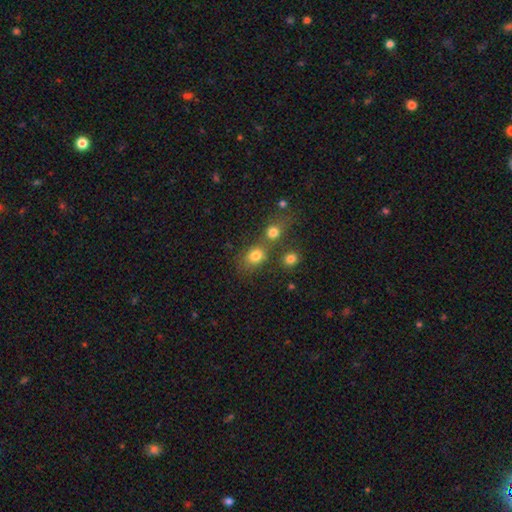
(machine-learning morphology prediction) smooth 78%, star or artifact 14%, featured or disk 9%. Down the decision tree: how rounded — round (51%); merging — none (50%).